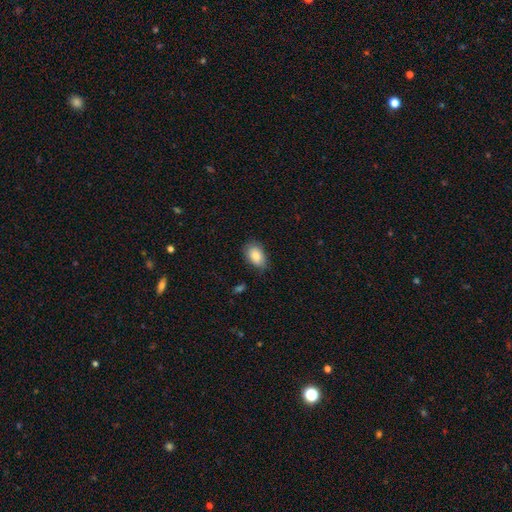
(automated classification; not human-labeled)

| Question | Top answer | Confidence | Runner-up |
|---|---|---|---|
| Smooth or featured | smooth | 83% | featured or disk (10%) |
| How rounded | in between | 90% | round (9%) |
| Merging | none | 74% | minor disturbance (21%) |